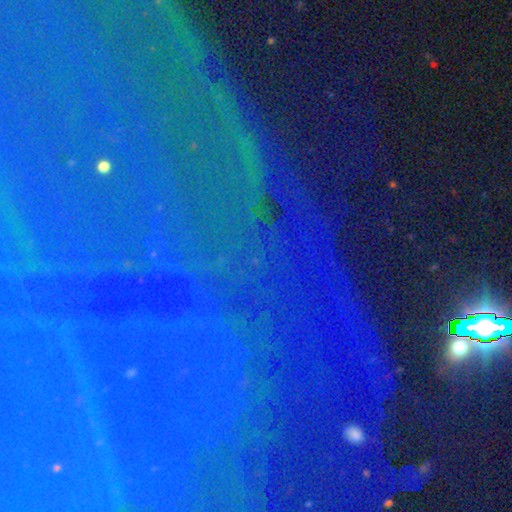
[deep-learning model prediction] Q: Smooth or featured?
A: star or artifact (84%); runner-up: featured or disk (8%)